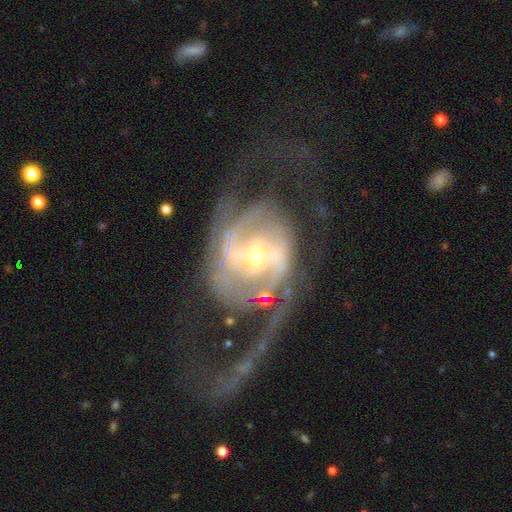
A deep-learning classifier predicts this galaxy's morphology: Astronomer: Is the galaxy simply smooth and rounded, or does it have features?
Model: featured or disk — 90%.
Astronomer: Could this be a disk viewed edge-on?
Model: no — 97%.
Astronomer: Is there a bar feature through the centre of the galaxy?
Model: strong — 49% (runner-up: weak, 36%).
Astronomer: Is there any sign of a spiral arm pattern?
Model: yes — 94%.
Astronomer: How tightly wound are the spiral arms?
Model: medium — 44% (runner-up: loose, 38%).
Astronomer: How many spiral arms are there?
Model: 2 — 80%.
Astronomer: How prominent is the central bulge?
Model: small — 57% (runner-up: moderate, 38%).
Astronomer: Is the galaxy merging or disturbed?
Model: none — 46% (runner-up: major disturbance, 36%).